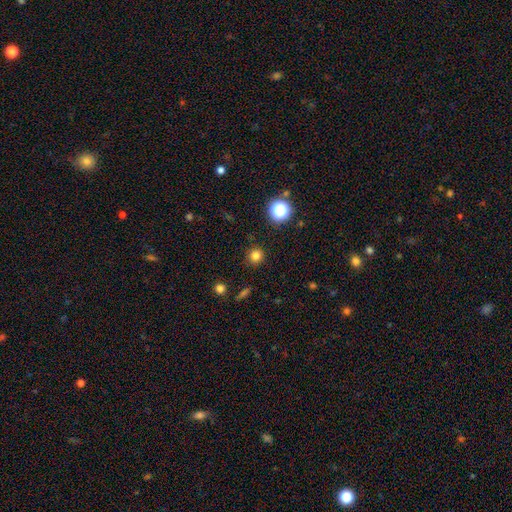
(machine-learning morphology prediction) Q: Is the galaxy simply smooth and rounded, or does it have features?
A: smooth — 80%.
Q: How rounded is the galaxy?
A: round — 93%.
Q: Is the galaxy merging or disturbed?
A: none — 90%.